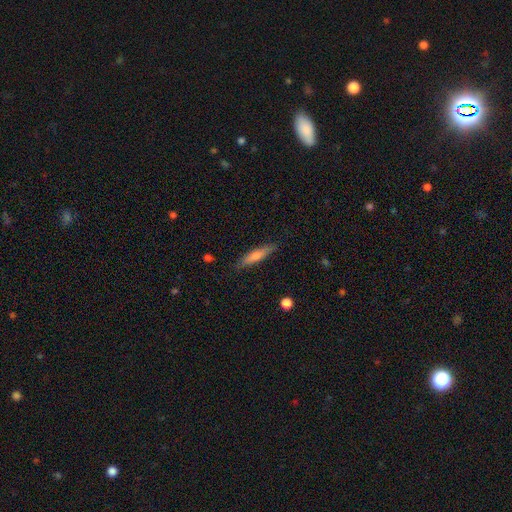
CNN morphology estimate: smooth 58%, featured or disk 36%, star or artifact 6%. Down the decision tree: how rounded — cigar-shaped (87%); merging — none (87%).